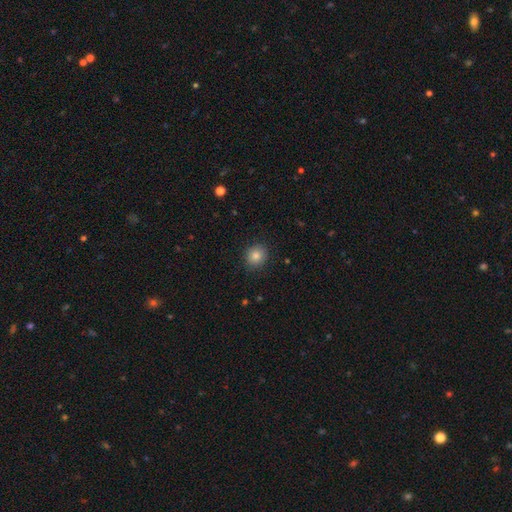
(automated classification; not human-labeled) Smooth or featured: smooth — 83% (star or artifact — 11%)
How rounded: round — 81% (in between — 18%)
Merging: none — 90% (minor disturbance — 7%)